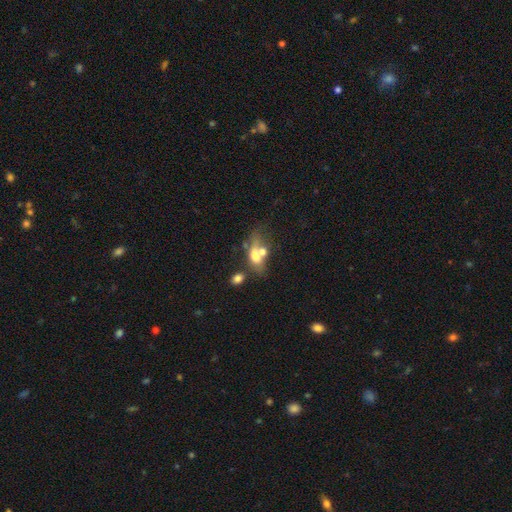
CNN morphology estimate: smooth 57%, featured or disk 32%, star or artifact 10%. Down the decision tree: how rounded — in between (73%); merging — merger (52%).